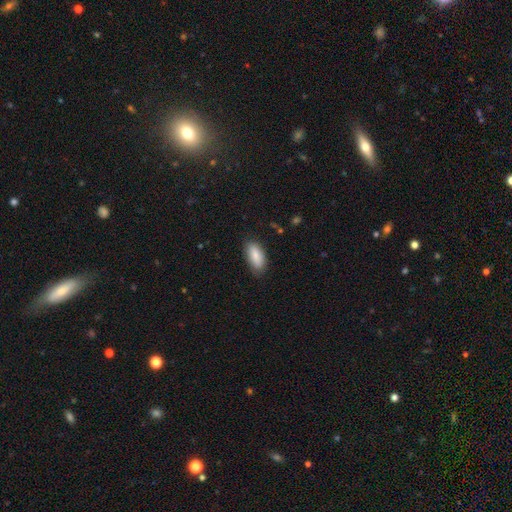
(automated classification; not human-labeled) Morphology: type=smooth (86%); roundness=in between (89%); merging=none (81%).